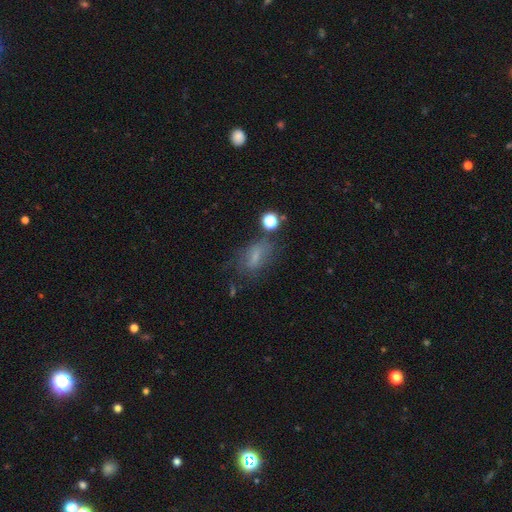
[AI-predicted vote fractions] Q: Smooth or featured?
A: smooth (52%); runner-up: featured or disk (29%)
Q: How rounded?
A: in between (73%); runner-up: round (14%)
Q: Merging?
A: none (55%); runner-up: minor disturbance (22%)